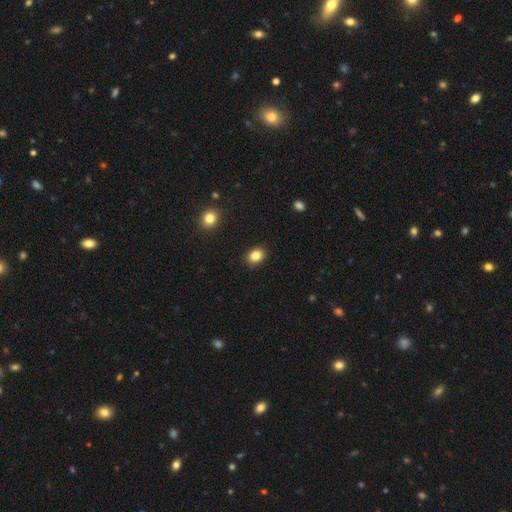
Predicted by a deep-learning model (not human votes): A smooth galaxy with no disk features (85%) that is in between round and cigar-shaped (58%). Merging: none (88%).